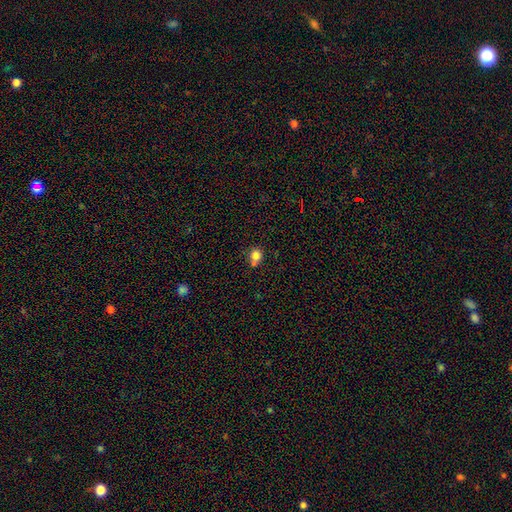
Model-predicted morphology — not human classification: smooth_or_featured: smooth (p=0.79) [alt: star or artifact p=0.12]
how_rounded: round (p=0.75) [alt: in between p=0.24]
merging: none (p=0.50) [alt: merger p=0.28]